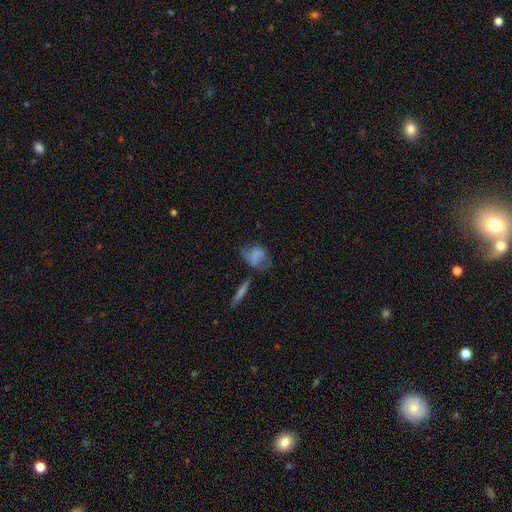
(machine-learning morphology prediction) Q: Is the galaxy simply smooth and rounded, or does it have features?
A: smooth — 68%.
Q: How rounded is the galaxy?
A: in between — 63%.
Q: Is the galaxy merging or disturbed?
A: none — 42%.